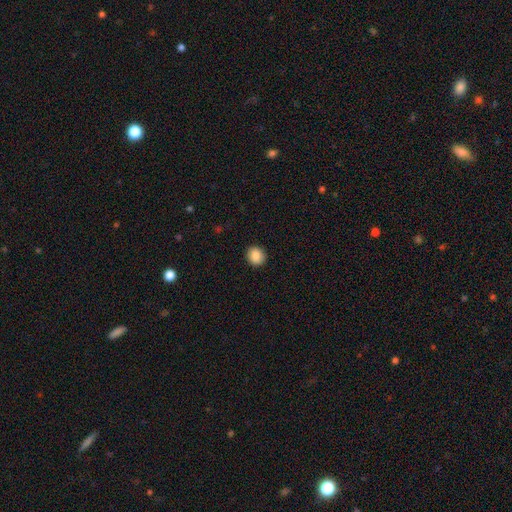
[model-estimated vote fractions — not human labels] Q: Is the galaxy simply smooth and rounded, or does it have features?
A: smooth — 88%.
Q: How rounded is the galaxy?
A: round — 77%.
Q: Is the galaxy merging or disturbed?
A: none — 91%.